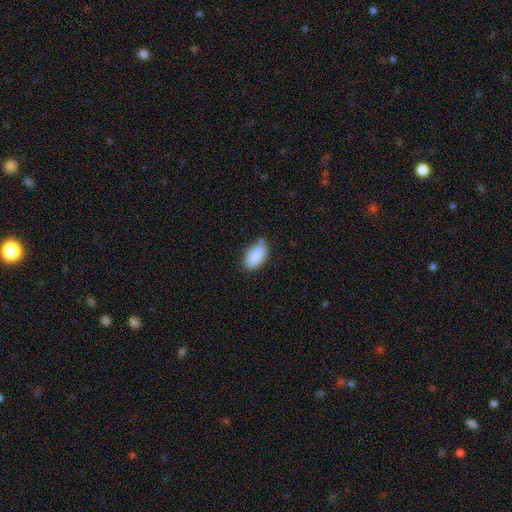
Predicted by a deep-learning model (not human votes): A smooth galaxy with no disk features (88%) that is in between round and cigar-shaped (94%). Merging: none (68%).